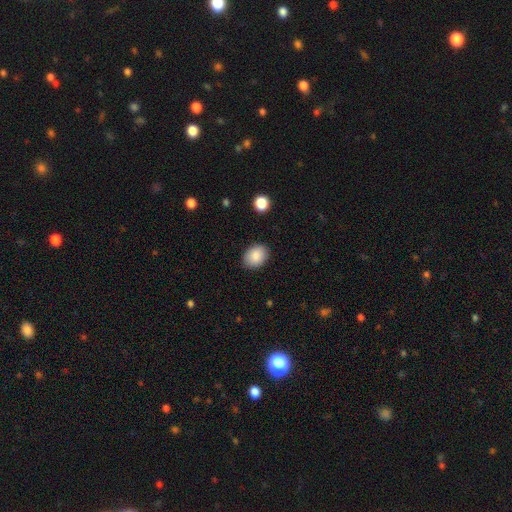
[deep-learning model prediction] A smooth galaxy with no disk features (87%) that is in between round and cigar-shaped (70%).

Vote fractions:
- Smooth or featured? smooth: 87% / star or artifact: 7% / featured or disk: 5%
- How rounded? in between: 70% / round: 29% / cigar-shaped: 1%
- Merging? none: 87% / minor disturbance: 10% / major disturbance: 2% / merger: 1%